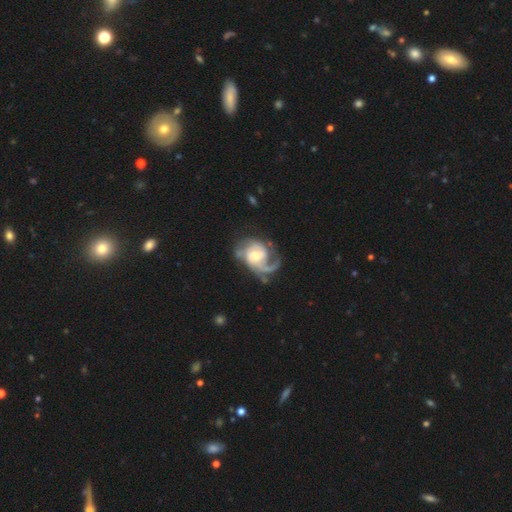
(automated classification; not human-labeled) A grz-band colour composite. It shows a featured or disk galaxy (87%) with no bar (56%), 2 (41%) medium (44%) spiral arms (96%) and a moderate central bulge (58%). Merging: none (50%).